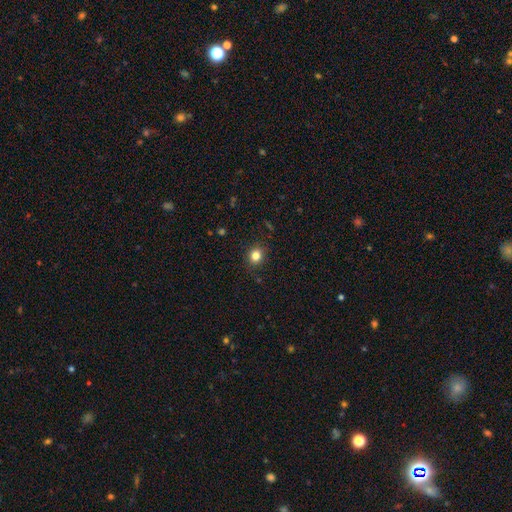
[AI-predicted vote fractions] Smooth or featured? Predicted: smooth (p=0.82). How rounded? Predicted: round (p=0.79). Merging? Predicted: none (p=0.88).